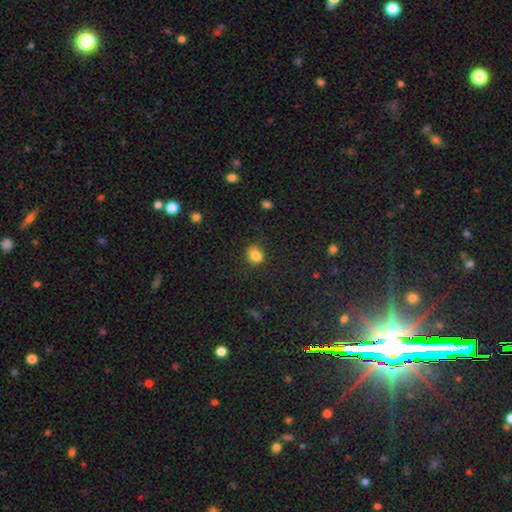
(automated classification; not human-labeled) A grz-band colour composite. It shows a smooth galaxy with no disk features (84%) that is round (61%). Merging: none (65%).